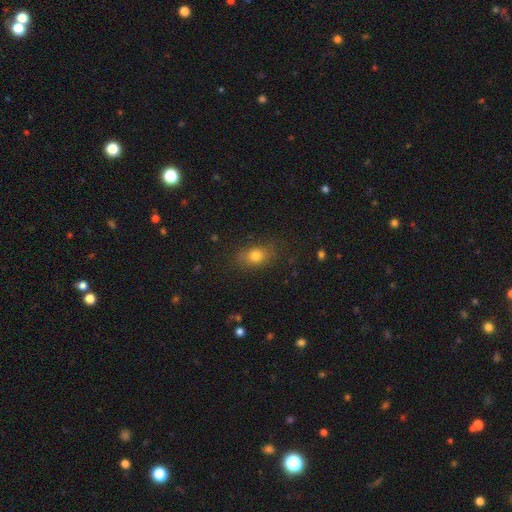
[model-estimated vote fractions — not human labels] Smooth or featured? Predicted: smooth (p=0.77). How rounded? Predicted: in between (p=0.68). Merging? Predicted: none (p=0.79).